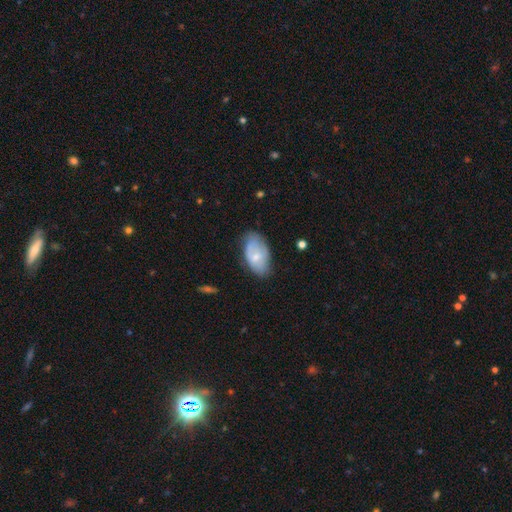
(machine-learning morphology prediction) Q: Smooth or featured?
A: smooth (61%); runner-up: featured or disk (32%)
Q: How rounded?
A: in between (94%); runner-up: round (4%)
Q: Merging?
A: none (58%); runner-up: minor disturbance (31%)